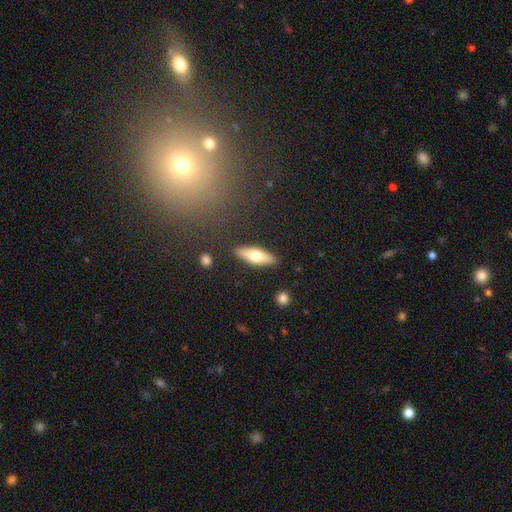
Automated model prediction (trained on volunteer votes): smooth 61%, featured or disk 34%, star or artifact 6%. Down the decision tree: how rounded — cigar-shaped (51%); merging — none (88%).